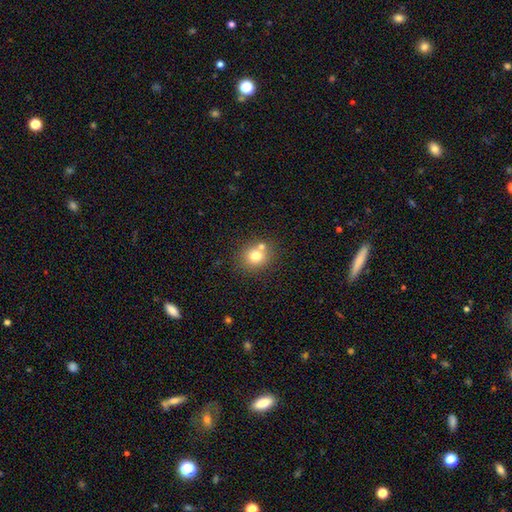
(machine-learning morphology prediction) Smooth or featured: smooth — 75% (featured or disk — 13%)
How rounded: round — 82% (in between — 17%)
Merging: none — 61% (merger — 27%)